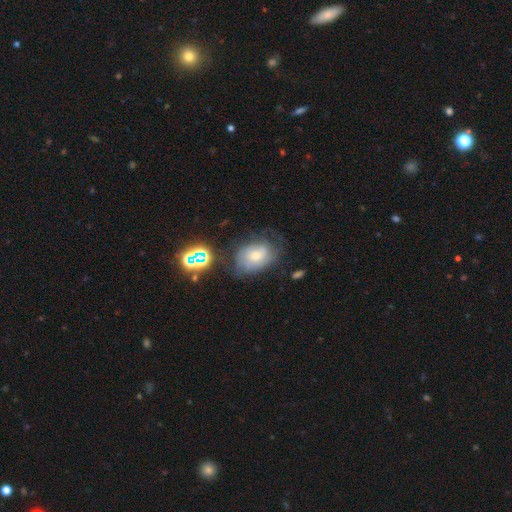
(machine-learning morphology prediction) Smooth or featured: smooth — 46% (featured or disk — 41%)
Merging: none — 50% (minor disturbance — 28%)